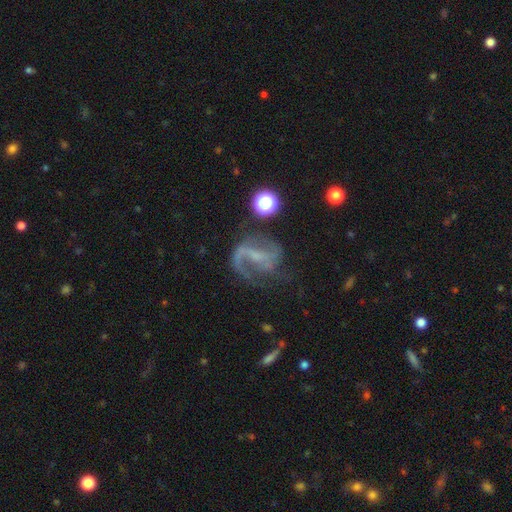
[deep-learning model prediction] A featured or disk galaxy (81%) with a weak bar (45%), 2 (69%) medium (48%) spiral arms (92%) and a small central bulge (44%).

Vote fractions:
- Smooth or featured? featured or disk: 81% / star or artifact: 10% / smooth: 9%
- Edge-on disk? no: 97% / yes: 3%
- Bar? weak: 45% / strong: 33% / no: 23%
- Spiral arms? yes: 92% / no: 8%
- Spiral winding? medium: 48% / loose: 37% / tight: 16%
- Spiral arm count? 2: 69% / 1: 19% / can't tell: 6% / 3: 3% / 4: 1% / more than 4: 1%
- Bulge size? small: 44% / none: 36% / moderate: 16% / large: 2% / dominant: 1%
- Merging? none: 56% / major disturbance: 22% / minor disturbance: 18% / merger: 4%